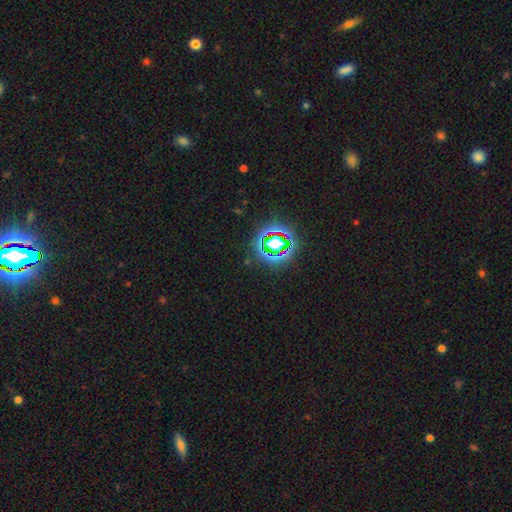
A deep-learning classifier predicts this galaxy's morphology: Smooth or featured? star or artifact (82%)